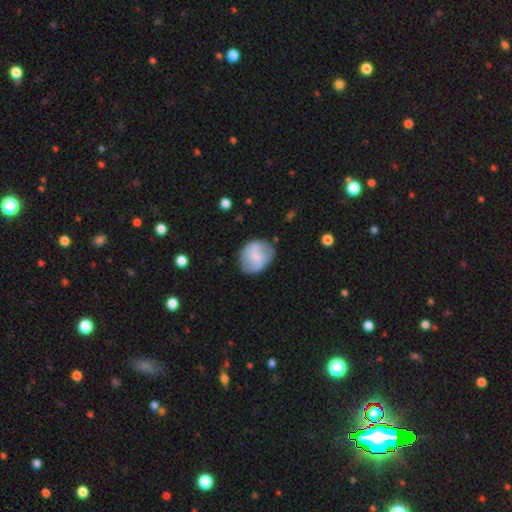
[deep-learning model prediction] Morphology: type=smooth (49%); merging=none (71%).